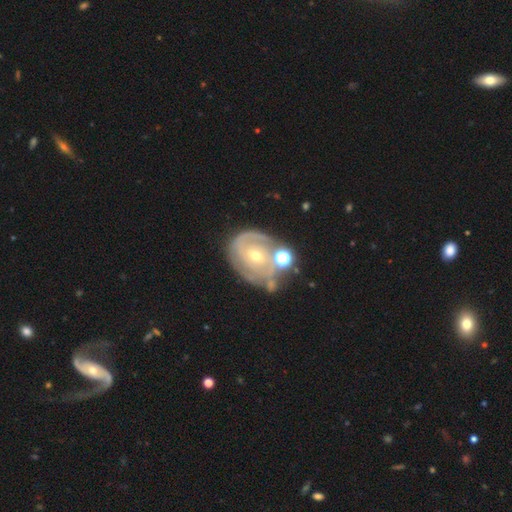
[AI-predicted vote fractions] featured or disk 80%, smooth 12%, star or artifact 7%. Down the decision tree: edge-on disk — no (97%); bar — no (66%); spiral arms — yes (85%); spiral arm count — 2 (38%); spiral winding — tight (67%); bulge size — small (58%); merging — none (54%).